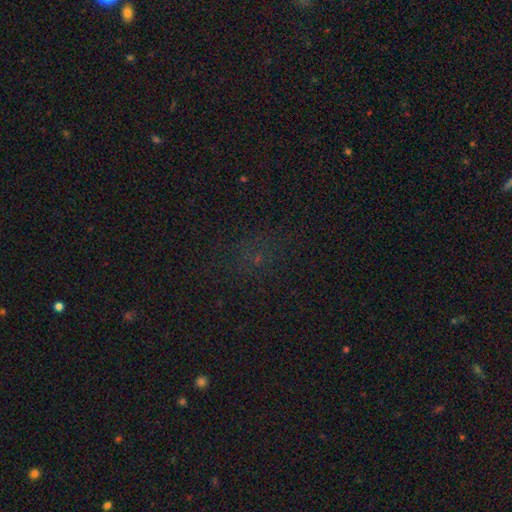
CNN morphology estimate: smooth-or-featured: star or artifact: 56% | smooth: 33% | featured or disk: 11%